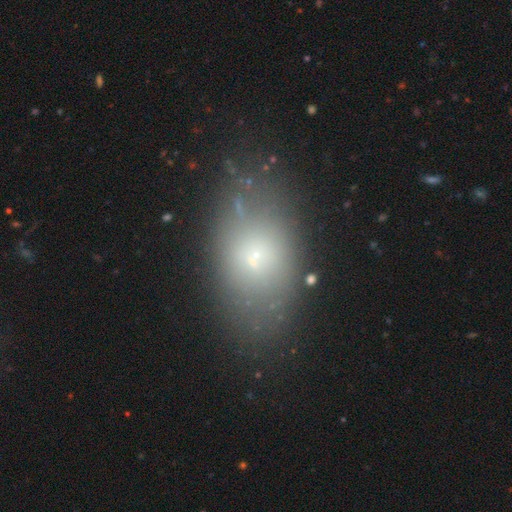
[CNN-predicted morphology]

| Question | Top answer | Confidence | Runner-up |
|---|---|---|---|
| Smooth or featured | smooth | 62% | featured or disk (22%) |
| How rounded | in between | 84% | round (14%) |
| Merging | none | 71% | minor disturbance (18%) |